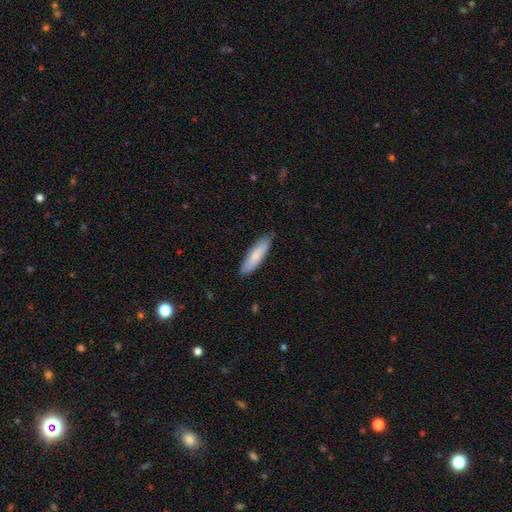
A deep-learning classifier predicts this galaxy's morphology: The model was most divided on "how rounded": cigar-shaped: 67%, in between: 32%, round: 1%. More confident: merging — none (85%); smooth or featured — smooth (79%).